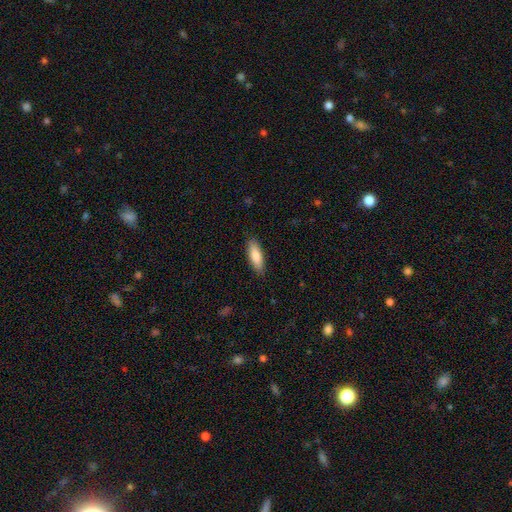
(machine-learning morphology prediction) smooth 83%, featured or disk 12%, star or artifact 6%. Down the decision tree: how rounded — in between (62%); merging — none (87%).